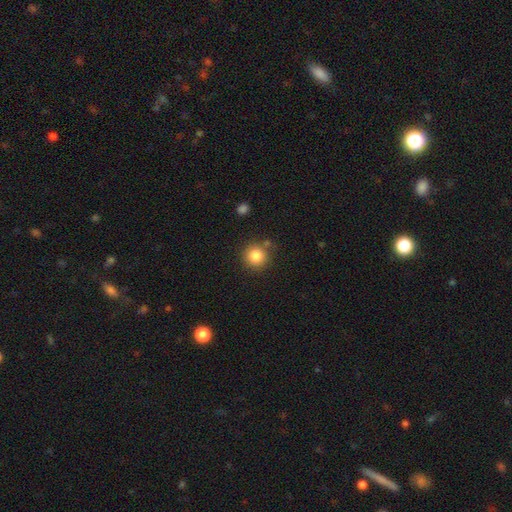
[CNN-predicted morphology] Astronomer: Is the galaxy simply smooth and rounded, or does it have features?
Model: smooth — 84%.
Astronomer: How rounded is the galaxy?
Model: round — 94%.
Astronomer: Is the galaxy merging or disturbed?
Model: none — 81%.